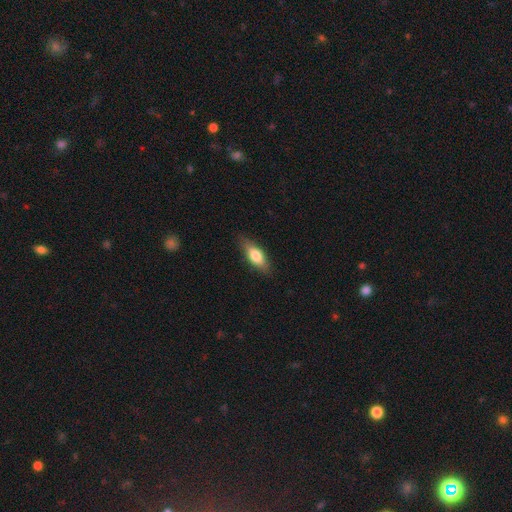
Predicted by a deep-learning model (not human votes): Q: Smooth or featured?
A: smooth (71%); runner-up: featured or disk (23%)
Q: How rounded?
A: in between (71%); runner-up: cigar-shaped (26%)
Q: Merging?
A: none (82%); runner-up: minor disturbance (15%)